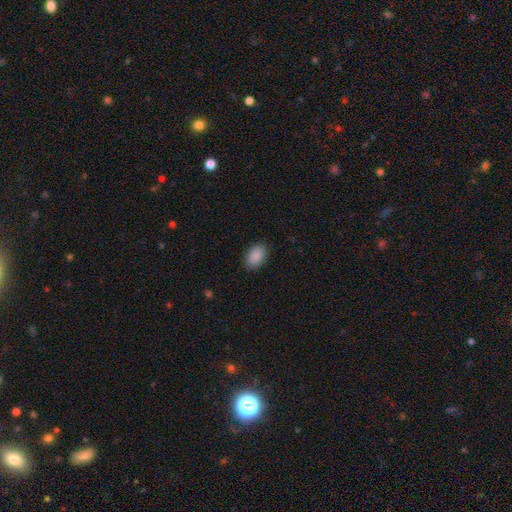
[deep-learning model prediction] smooth-or-featured: smooth: 90% | star or artifact: 7% | featured or disk: 3%
  how-rounded: in between: 89% | round: 10% | cigar-shaped: 1%
  merging: none: 88% | minor disturbance: 9% | major disturbance: 2% | merger: 1%